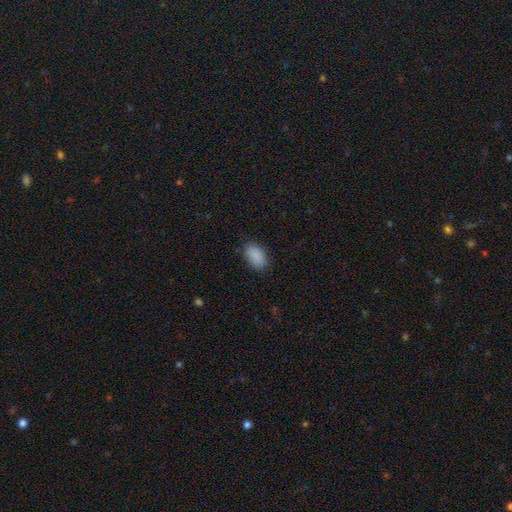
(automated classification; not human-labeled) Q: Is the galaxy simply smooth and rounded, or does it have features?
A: smooth — 90%.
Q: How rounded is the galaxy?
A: in between — 92%.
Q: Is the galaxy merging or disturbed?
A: none — 83%.